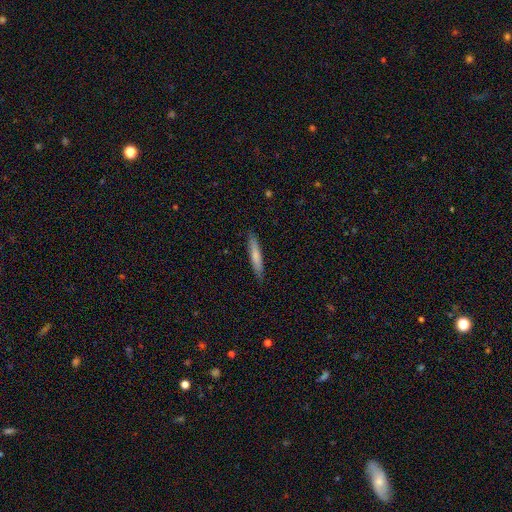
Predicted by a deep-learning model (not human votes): The model was most divided on "smooth or featured": smooth: 72%, featured or disk: 22%, star or artifact: 5%. More confident: how rounded — cigar-shaped (92%); merging — none (88%).